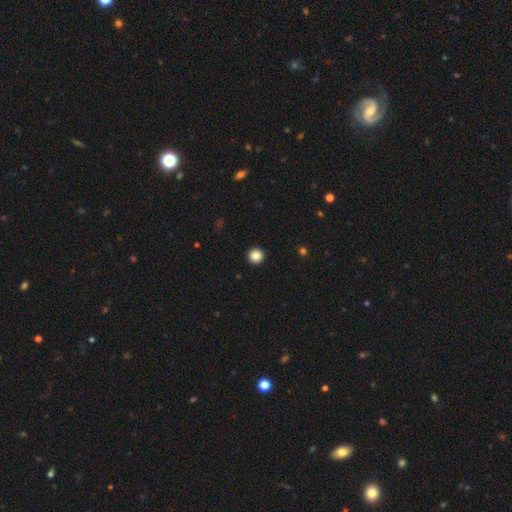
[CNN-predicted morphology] A smooth galaxy with no disk features (87%) that is round (96%). Merging: none (94%).